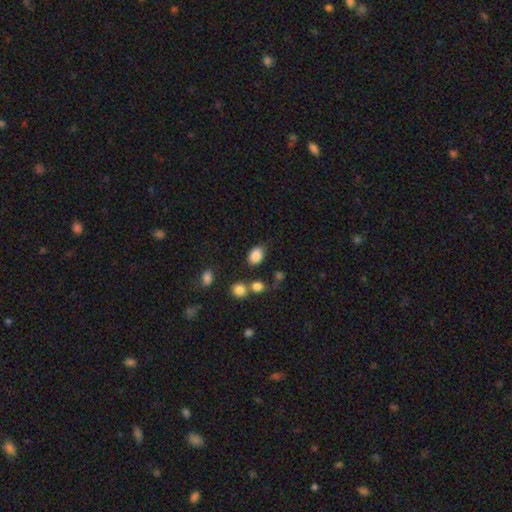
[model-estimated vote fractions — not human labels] Smooth or featured? smooth (85%)
How rounded? in between (75%)
Merging? none (74%)